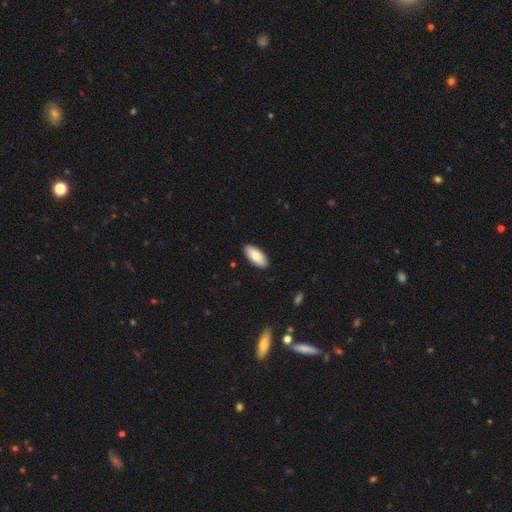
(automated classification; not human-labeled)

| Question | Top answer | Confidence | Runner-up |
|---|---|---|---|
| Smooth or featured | smooth | 81% | featured or disk (14%) |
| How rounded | in between | 92% | cigar-shaped (7%) |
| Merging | none | 90% | minor disturbance (8%) |